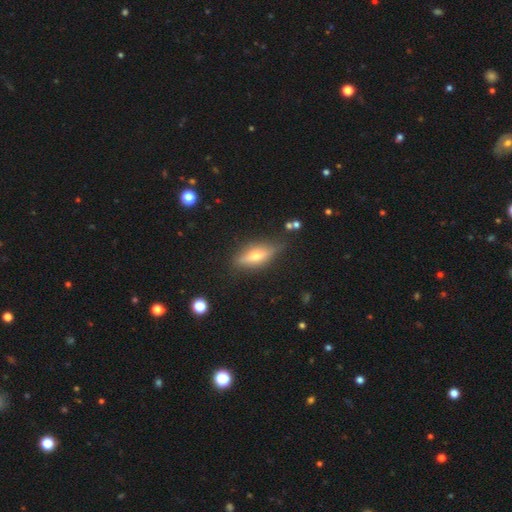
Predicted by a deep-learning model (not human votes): This is possibly a featured or disk galaxy (57%). It is clearly viewed edge-on (88%). Merging: clearly none (81%).